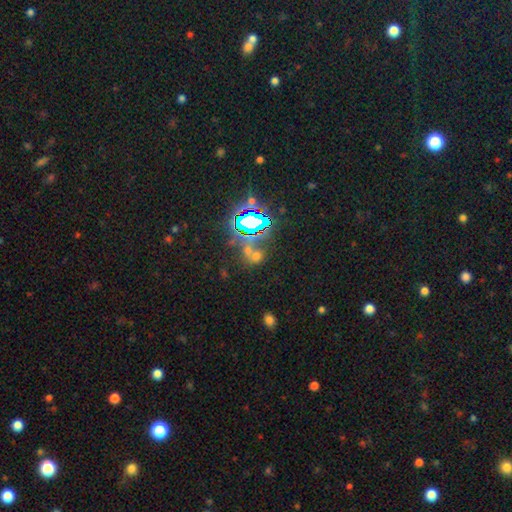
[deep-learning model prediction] A star or artifact, not a galaxy (51%).

Vote fractions:
- Smooth or featured? star or artifact: 51% / smooth: 37% / featured or disk: 12%